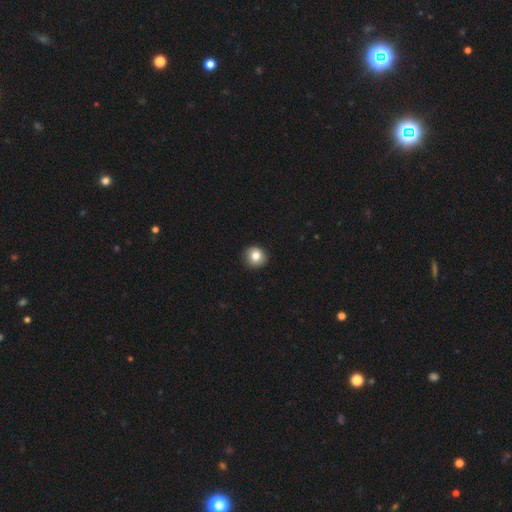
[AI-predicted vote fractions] Morphology: type=smooth (81%); roundness=round (91%); merging=none (90%).